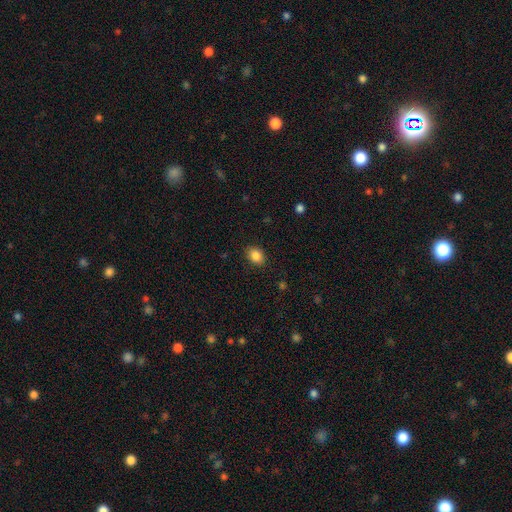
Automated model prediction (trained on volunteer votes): Overall: smooth (87%). How rounded: in between (65%; round 34%). Merging: none (88%).